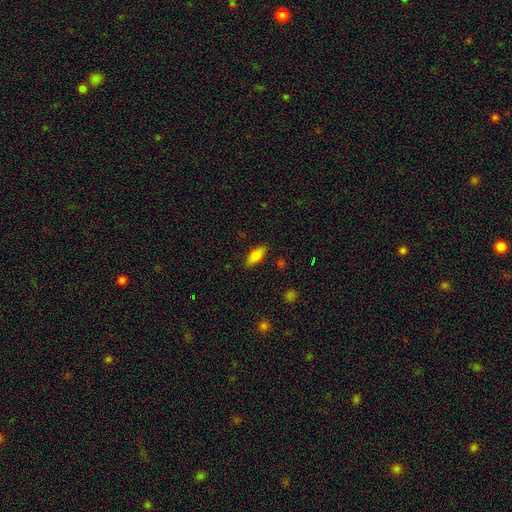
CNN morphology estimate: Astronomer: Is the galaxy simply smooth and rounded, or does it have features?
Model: smooth — 79%.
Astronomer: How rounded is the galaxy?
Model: in between — 82%.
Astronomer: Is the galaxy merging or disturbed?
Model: none — 86%.